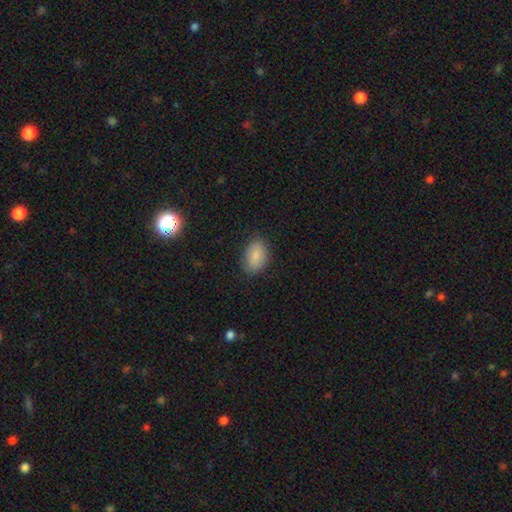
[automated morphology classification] This is clearly a smooth galaxy (84%). How rounded: clearly in between (85%). Merging: clearly none (82%).